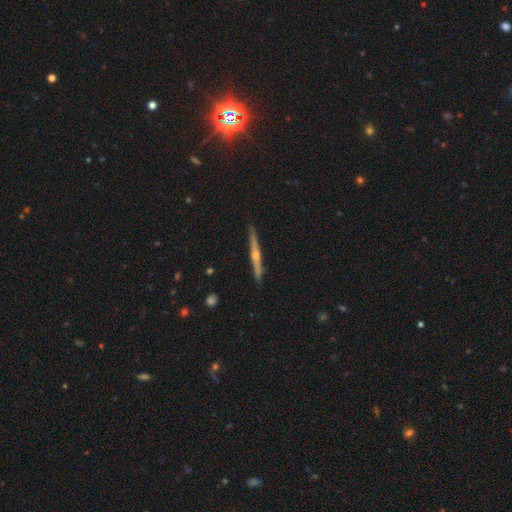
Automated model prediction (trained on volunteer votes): smooth-or-featured: featured or disk: 75% | smooth: 19% | star or artifact: 6%
  disk-edge-on: yes: 98% | no: 2%
    edge-on-bulge: rounded: 87% | none: 8% | boxy: 4%
  merging: none: 90% | minor disturbance: 7% | major disturbance: 1% | merger: 1%